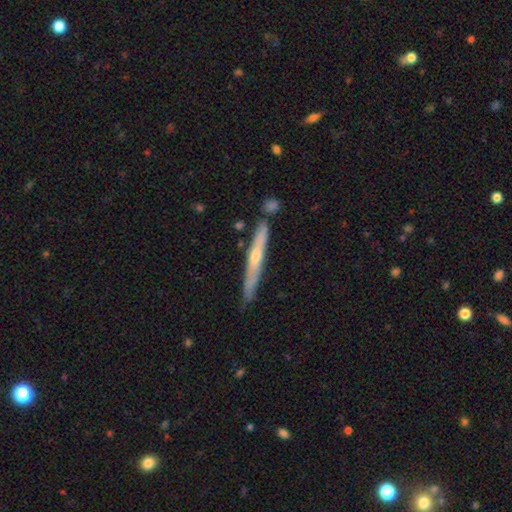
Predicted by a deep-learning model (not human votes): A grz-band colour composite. It shows a featured or disk galaxy (67%) viewed edge-on (95%) with a rounded central bulge (70%). Merging: none (83%).